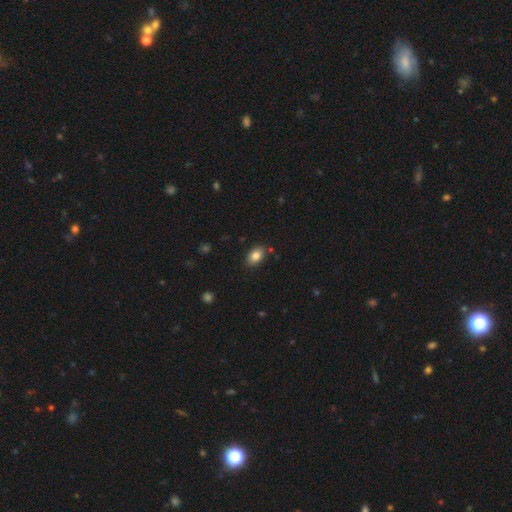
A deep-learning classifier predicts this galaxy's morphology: Smooth or featured?
  - smooth: 83% *
  - star or artifact: 9%
  - featured or disk: 8%
How rounded?
  - in between: 84% *
  - round: 15%
  - cigar-shaped: 1%
Merging?
  - none: 83% *
  - minor disturbance: 12%
  - merger: 3%
  - major disturbance: 2%